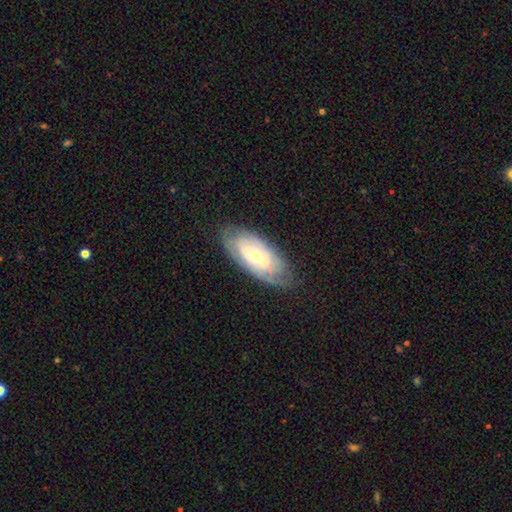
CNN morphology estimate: Smooth or featured? featured or disk (62%)
Edge-on disk? no (88%)
Bar? no (65%)
Spiral arms? yes (75%)
Bulge size? small (50%)
Merging? none (75%)